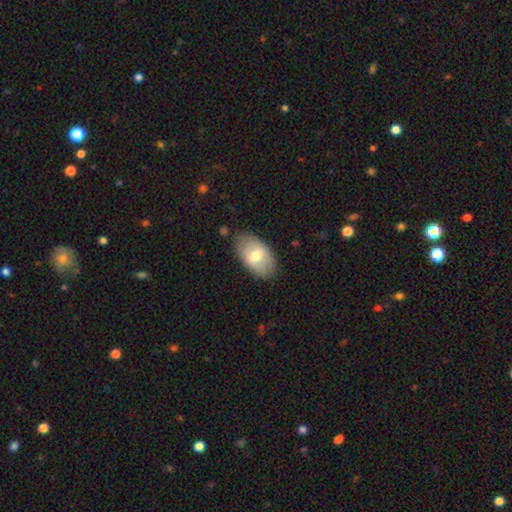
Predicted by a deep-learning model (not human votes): Q: Smooth or featured?
A: smooth (64%); runner-up: featured or disk (30%)
Q: How rounded?
A: in between (93%); runner-up: round (6%)
Q: Merging?
A: none (80%); runner-up: minor disturbance (15%)